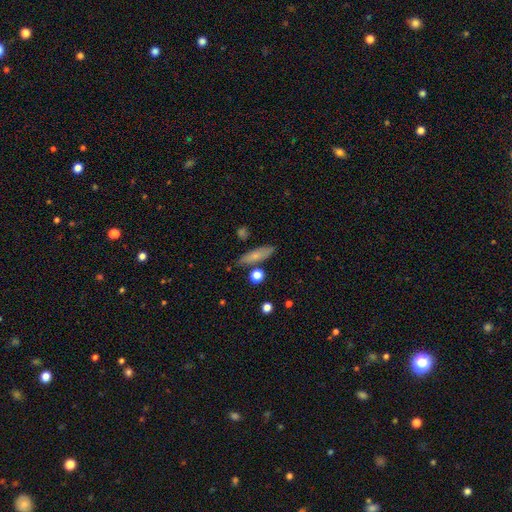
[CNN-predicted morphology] Smooth or featured? Predicted: smooth (p=0.68). How rounded? Predicted: cigar-shaped (p=0.53). Merging? Predicted: none (p=0.78).